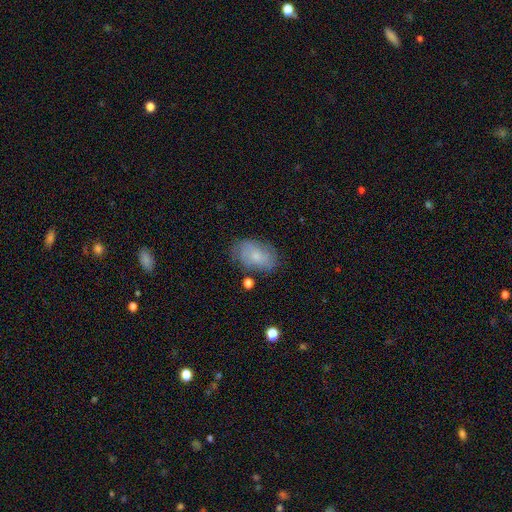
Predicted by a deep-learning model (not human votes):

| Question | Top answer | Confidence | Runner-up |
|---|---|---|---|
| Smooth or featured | smooth | 58% | featured or disk (34%) |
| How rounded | in between | 88% | round (10%) |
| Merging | none | 71% | minor disturbance (20%) |